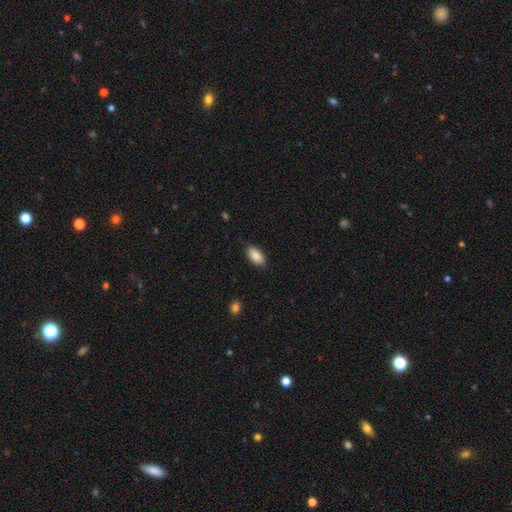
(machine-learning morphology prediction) This is clearly a smooth galaxy (89%). How rounded: clearly in between (93%). Merging: clearly none (87%).